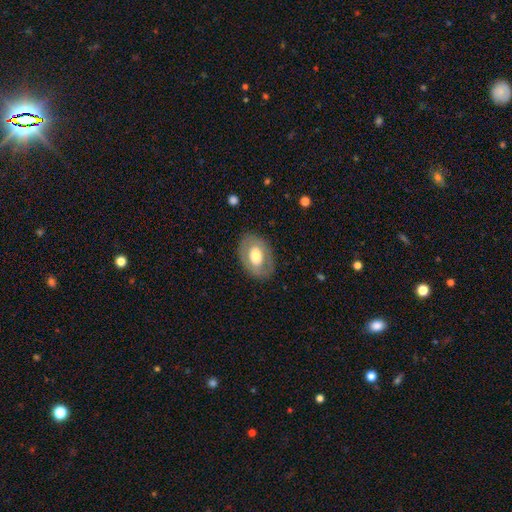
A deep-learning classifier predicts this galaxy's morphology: Q: Smooth or featured?
A: smooth (55%); runner-up: featured or disk (39%)
Q: How rounded?
A: in between (78%); runner-up: round (21%)
Q: Merging?
A: none (81%); runner-up: minor disturbance (12%)